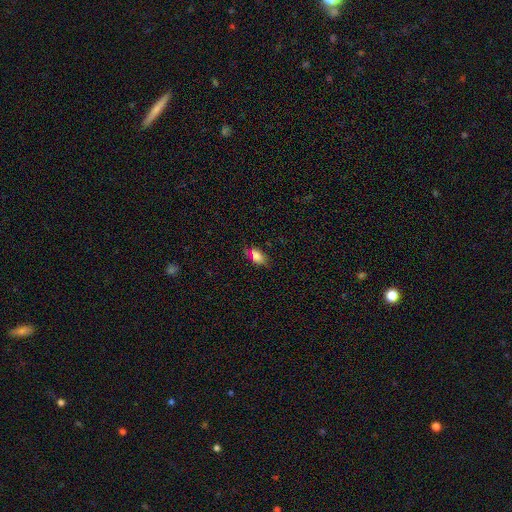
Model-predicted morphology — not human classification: smooth_or_featured: smooth (p=0.76) [alt: star or artifact p=0.14]
how_rounded: in between (p=0.88) [alt: round p=0.06]
merging: none (p=0.68) [alt: minor disturbance p=0.22]